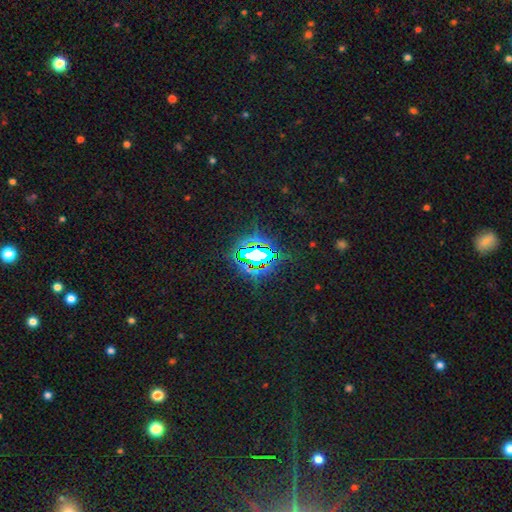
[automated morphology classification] Smooth or featured?
  - star or artifact: 75% *
  - smooth: 13%
  - featured or disk: 12%